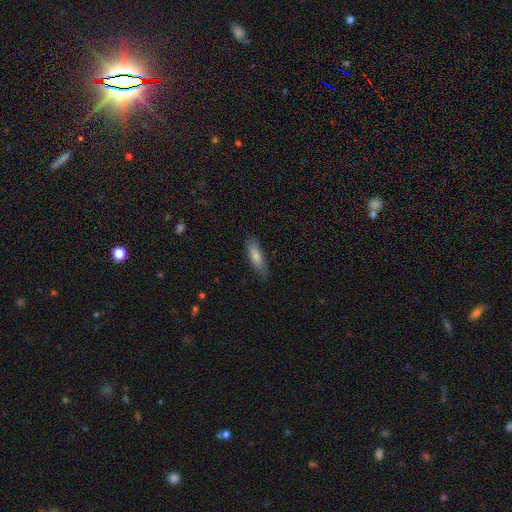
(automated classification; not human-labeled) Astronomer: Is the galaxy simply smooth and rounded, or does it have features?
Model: smooth — 72%.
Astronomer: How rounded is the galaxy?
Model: cigar-shaped — 65%.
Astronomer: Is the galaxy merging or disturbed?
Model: none — 82%.